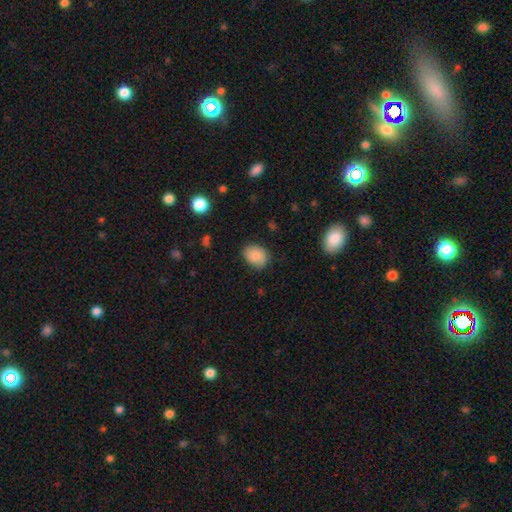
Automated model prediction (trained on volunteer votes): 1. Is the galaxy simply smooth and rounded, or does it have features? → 83% smooth, 9% featured or disk, 8% star or artifact.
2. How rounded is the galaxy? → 61% in between, 38% round, 1% cigar-shaped.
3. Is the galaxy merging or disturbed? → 74% none, 21% minor disturbance, 4% major disturbance, 1% merger.